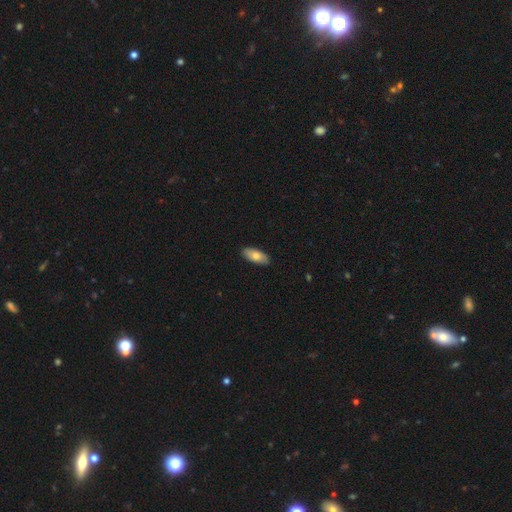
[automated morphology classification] smooth-or-featured: smooth: 75% | featured or disk: 19% | star or artifact: 6%
  how-rounded: in between: 85% | cigar-shaped: 13% | round: 2%
  merging: none: 89% | minor disturbance: 8% | major disturbance: 1% | merger: 1%